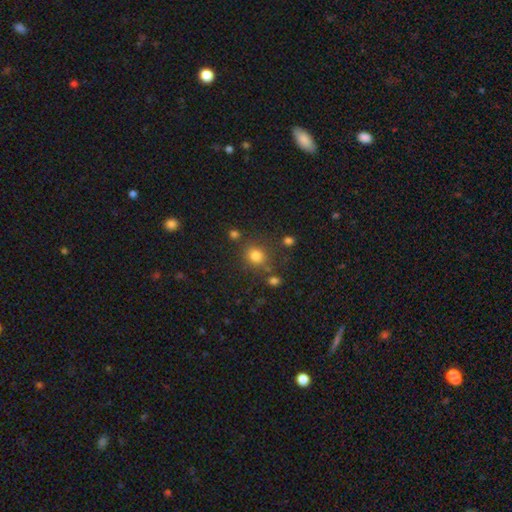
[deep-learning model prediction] Morphology: type=smooth (80%); roundness=round (77%); merging=none (74%).